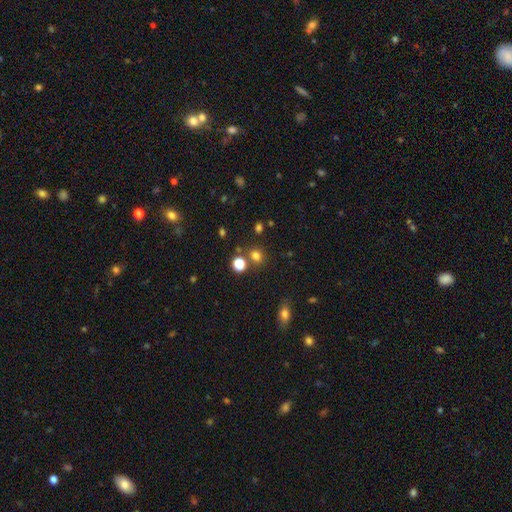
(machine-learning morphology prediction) This is likely a smooth galaxy (76%). How rounded: likely round (76%). Merging: likely none (75%).